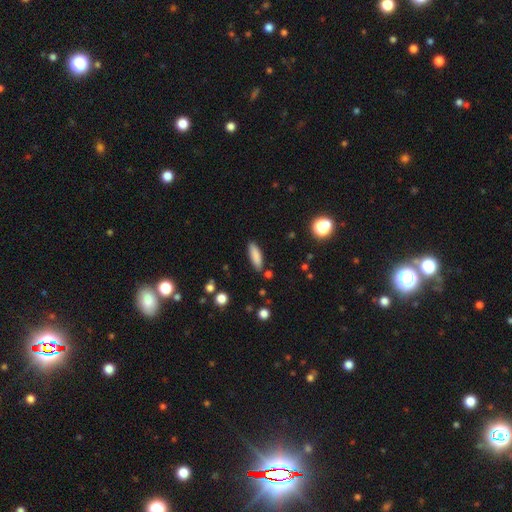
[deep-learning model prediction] Smooth or featured?
  - smooth: 85% *
  - star or artifact: 8%
  - featured or disk: 7%
How rounded?
  - in between: 50% *
  - cigar-shaped: 49%
  - round: 2%
Merging?
  - none: 85% *
  - minor disturbance: 10%
  - merger: 3%
  - major disturbance: 2%